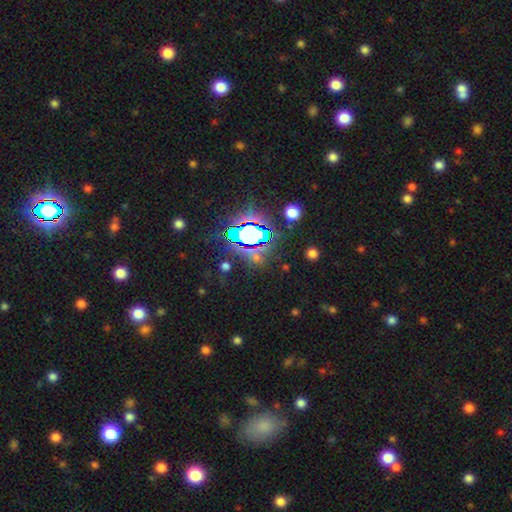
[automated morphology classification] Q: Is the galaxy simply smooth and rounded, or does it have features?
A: star or artifact — 70%.